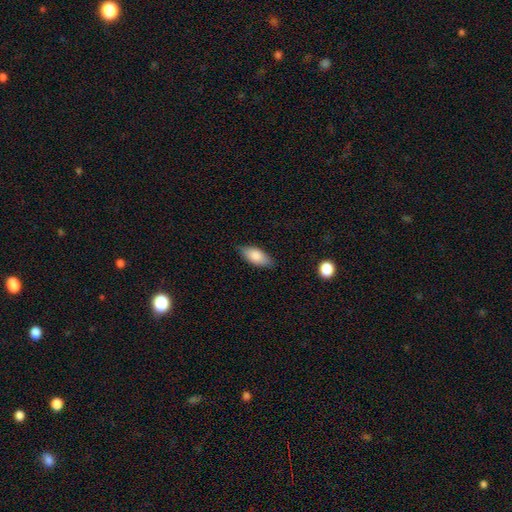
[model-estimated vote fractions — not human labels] Q: Smooth or featured?
A: smooth (83%); runner-up: featured or disk (11%)
Q: How rounded?
A: in between (88%); runner-up: cigar-shaped (9%)
Q: Merging?
A: none (82%); runner-up: minor disturbance (15%)